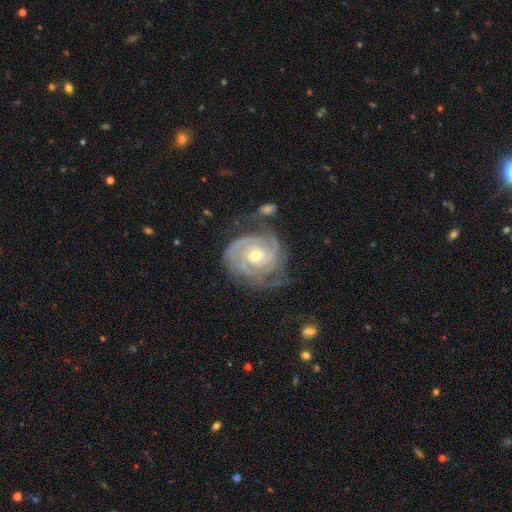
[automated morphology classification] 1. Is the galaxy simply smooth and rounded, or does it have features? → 92% featured or disk, 4% star or artifact, 4% smooth.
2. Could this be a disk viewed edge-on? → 98% no, 2% yes.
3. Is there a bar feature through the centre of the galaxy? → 61% no, 29% weak, 10% strong.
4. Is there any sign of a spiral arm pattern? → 98% yes, 2% no.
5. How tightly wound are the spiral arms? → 80% tight, 18% medium, 2% loose.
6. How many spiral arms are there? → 40% 3, 22% 2, 14% 4, 13% can't tell, 5% more than 4, 5% 1.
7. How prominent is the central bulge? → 62% moderate, 35% small, 2% large, 1% none, 1% dominant.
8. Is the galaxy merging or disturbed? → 63% none, 22% minor disturbance, 10% major disturbance, 6% merger.